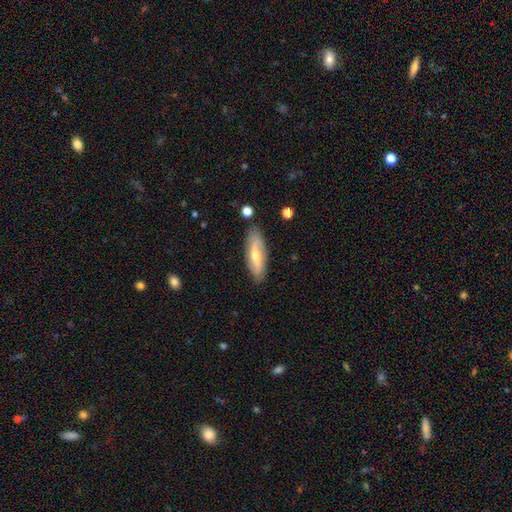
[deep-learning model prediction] The model was most divided on "smooth or featured": featured or disk: 53%, smooth: 41%, star or artifact: 6%. More confident: merging — none (84%); edge-on disk — no (69%).